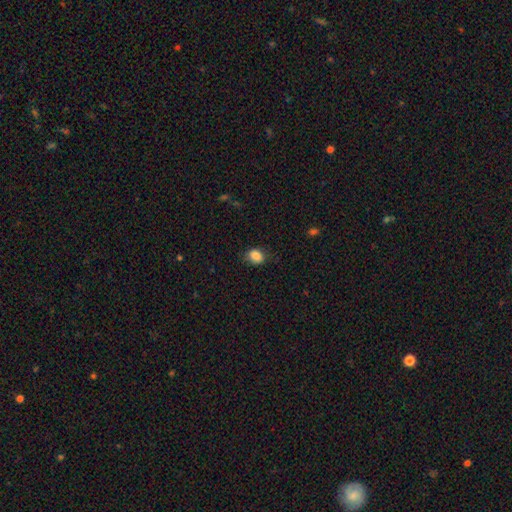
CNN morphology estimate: Q: Smooth or featured?
A: smooth (86%); runner-up: star or artifact (9%)
Q: How rounded?
A: in between (61%); runner-up: round (38%)
Q: Merging?
A: none (77%); runner-up: minor disturbance (17%)